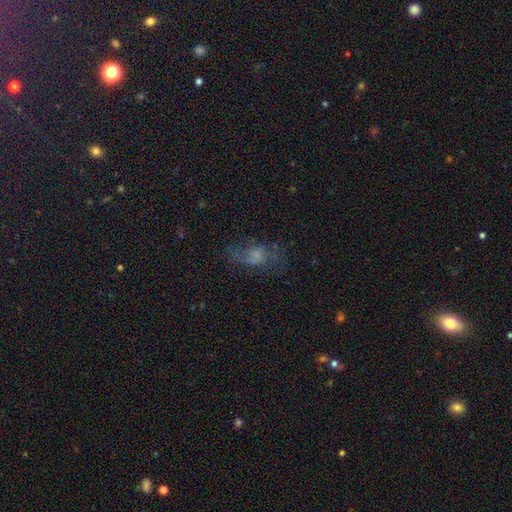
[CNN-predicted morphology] Smooth or featured: featured or disk — 44% (smooth — 37%)
Merging: none — 53% (major disturbance — 22%)